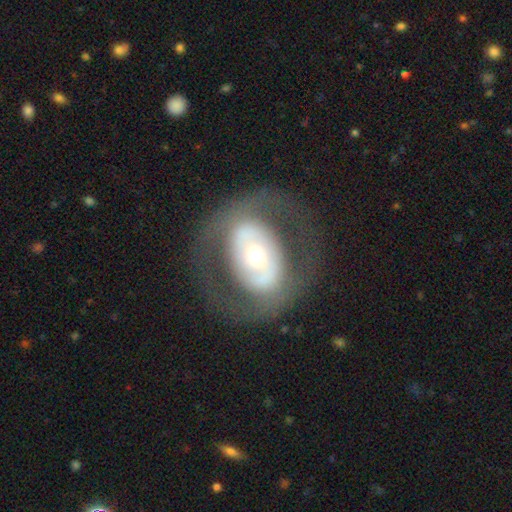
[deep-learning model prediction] A featured or disk galaxy (66%) with no bar (59%), no spiral arms (73%) and a moderate central bulge (55%).

Vote fractions:
- Smooth or featured? featured or disk: 66% / smooth: 28% / star or artifact: 7%
- Edge-on disk? no: 93% / yes: 7%
- Bar? no: 59% / strong: 22% / weak: 19%
- Spiral arms? no: 73% / yes: 27%
- Bulge size? moderate: 55% / small: 31% / large: 10% / dominant: 2% / none: 1%
- Merging? none: 73% / major disturbance: 14% / minor disturbance: 11% / merger: 1%